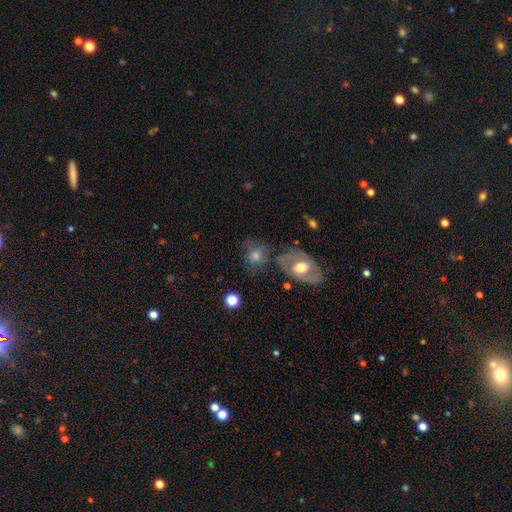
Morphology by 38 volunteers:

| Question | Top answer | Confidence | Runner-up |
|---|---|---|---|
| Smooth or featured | smooth | 61% | featured or disk (37%) |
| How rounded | round | 65% | in between (35%) |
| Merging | none | 43% | minor disturbance (22%) |